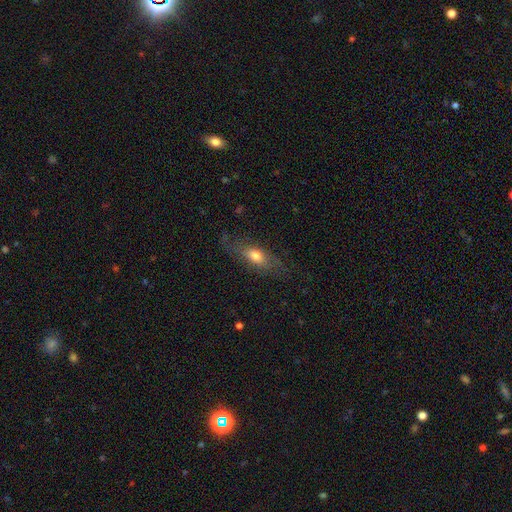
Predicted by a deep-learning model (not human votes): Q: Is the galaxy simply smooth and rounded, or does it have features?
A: smooth — 58%.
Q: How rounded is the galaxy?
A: in between — 64%.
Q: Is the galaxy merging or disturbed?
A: none — 66%.